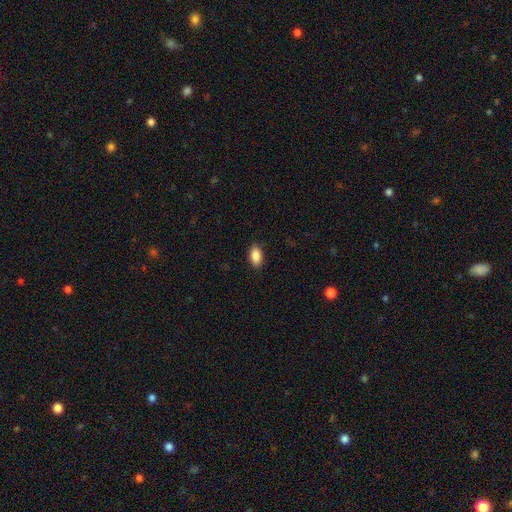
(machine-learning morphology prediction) Overall: smooth (88%). How rounded: in between (92%). Merging: none (88%).